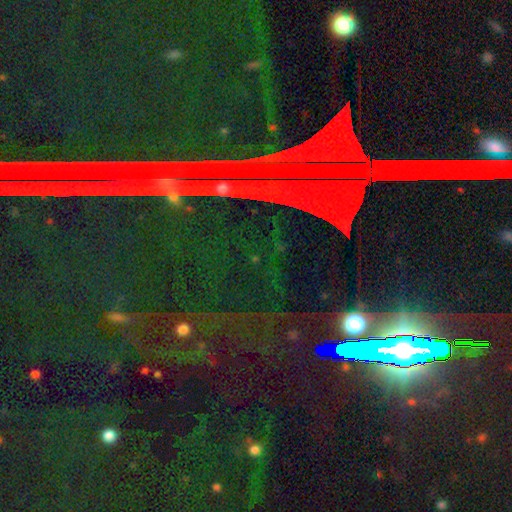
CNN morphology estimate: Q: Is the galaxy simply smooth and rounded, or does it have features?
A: star or artifact — 88%.